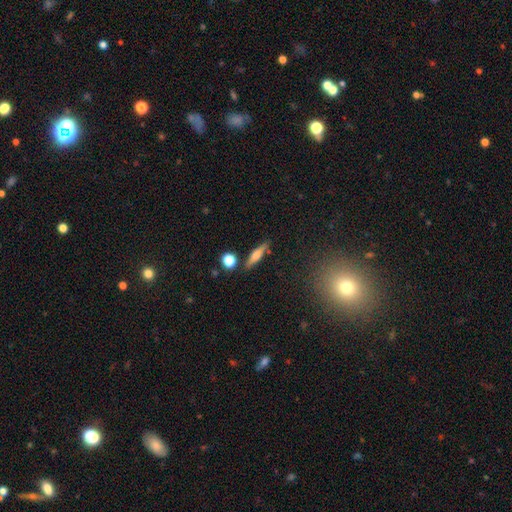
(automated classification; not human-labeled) The model was most divided on "smooth or featured": smooth: 55%, featured or disk: 37%, star or artifact: 8%. More confident: merging — none (82%); how rounded — cigar-shaped (75%).